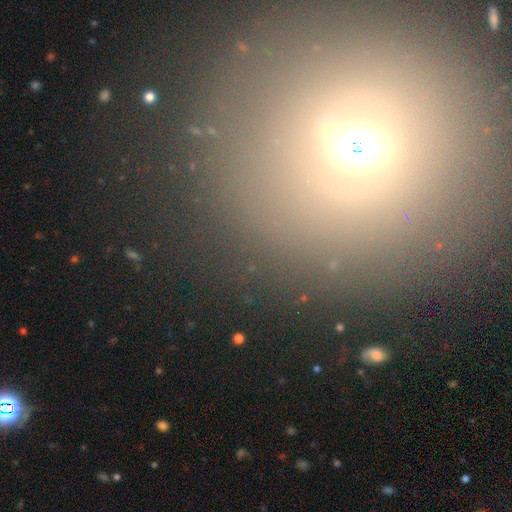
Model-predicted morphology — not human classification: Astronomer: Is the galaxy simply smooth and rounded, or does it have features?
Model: star or artifact — 40% (runner-up: smooth, 35%).